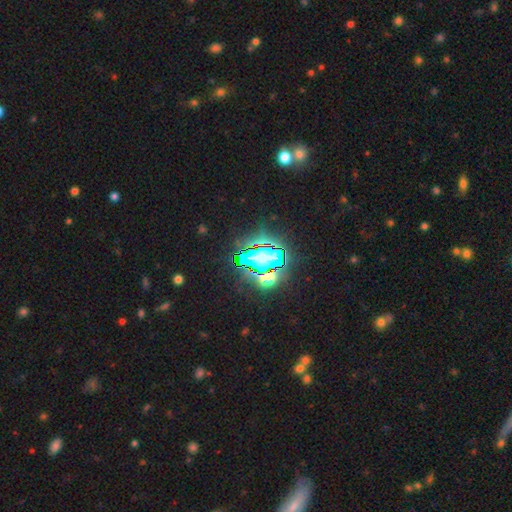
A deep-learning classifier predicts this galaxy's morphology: The model was most divided on "smooth or featured": star or artifact: 81%, smooth: 11%, featured or disk: 8%.